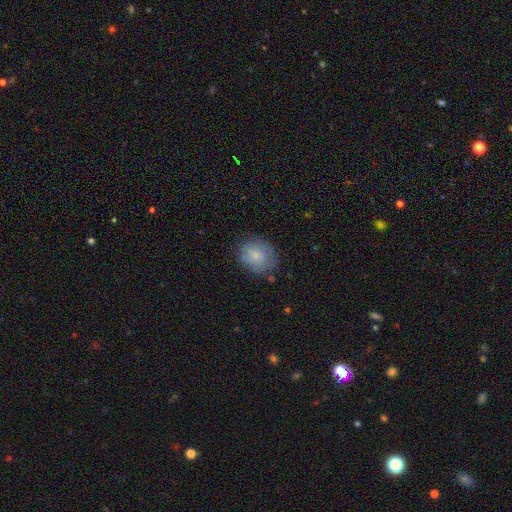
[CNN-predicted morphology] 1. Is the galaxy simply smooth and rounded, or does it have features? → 77% smooth, 15% featured or disk, 8% star or artifact.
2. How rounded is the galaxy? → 58% round, 41% in between, 1% cigar-shaped.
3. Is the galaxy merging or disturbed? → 72% none, 20% minor disturbance, 6% major disturbance, 2% merger.